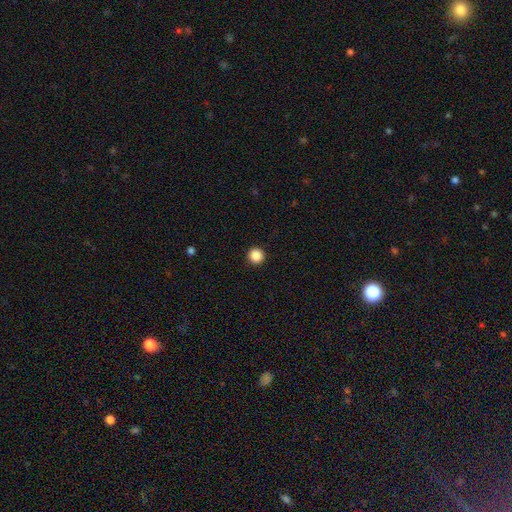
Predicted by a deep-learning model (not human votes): A smooth galaxy with no disk features (87%) that is round (97%).

Vote fractions:
- Smooth or featured? smooth: 87% / star or artifact: 10% / featured or disk: 3%
- How rounded? round: 97% / in between: 2% / cigar-shaped: 1%
- Merging? none: 94% / minor disturbance: 4% / major disturbance: 1% / merger: 1%